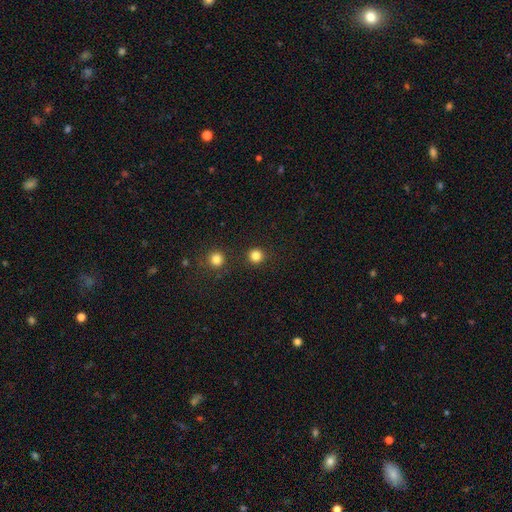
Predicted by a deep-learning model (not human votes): Smooth or featured? Predicted: smooth (p=0.82). How rounded? Predicted: round (p=0.95). Merging? Predicted: none (p=0.91).